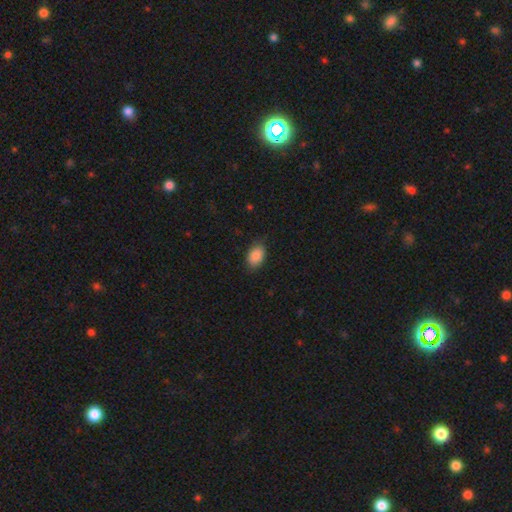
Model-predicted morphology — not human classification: Smooth or featured: smooth — 88% (star or artifact — 7%)
How rounded: in between — 87% (round — 11%)
Merging: none — 81% (minor disturbance — 15%)